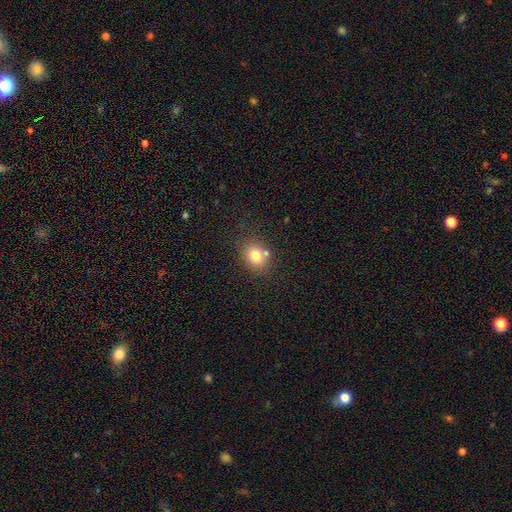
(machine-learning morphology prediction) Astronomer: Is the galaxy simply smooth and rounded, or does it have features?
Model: smooth — 77%.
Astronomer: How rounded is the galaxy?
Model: round — 71%.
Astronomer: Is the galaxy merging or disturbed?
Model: none — 69%.